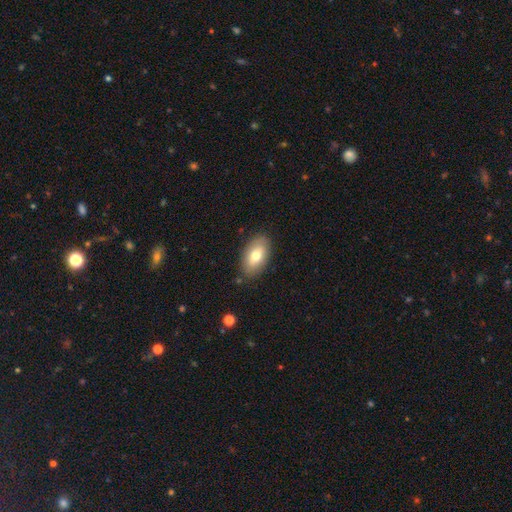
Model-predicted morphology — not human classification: A smooth galaxy with no disk features (74%) that is in between round and cigar-shaped (92%). Merging: none (85%).